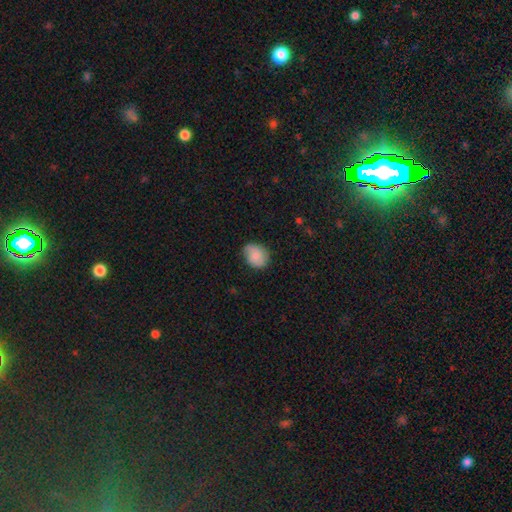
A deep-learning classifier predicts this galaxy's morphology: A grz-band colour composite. It shows a smooth galaxy with no disk features (76%) that is round (55%). Merging: none (66%).